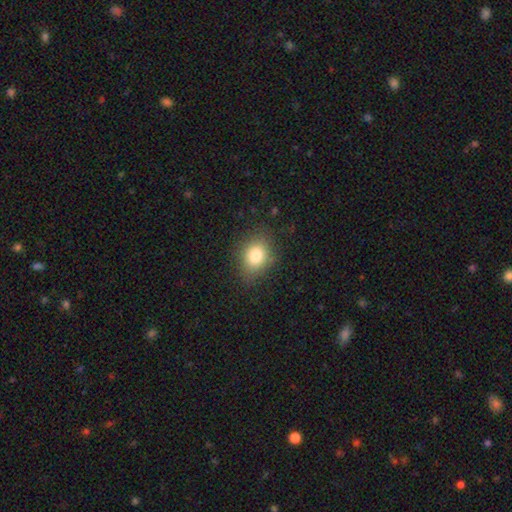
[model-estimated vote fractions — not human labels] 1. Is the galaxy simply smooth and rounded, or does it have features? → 79% smooth, 11% star or artifact, 10% featured or disk.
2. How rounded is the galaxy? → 55% in between, 44% round, 1% cigar-shaped.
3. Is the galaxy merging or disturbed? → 79% none, 15% minor disturbance, 5% major disturbance, 1% merger.